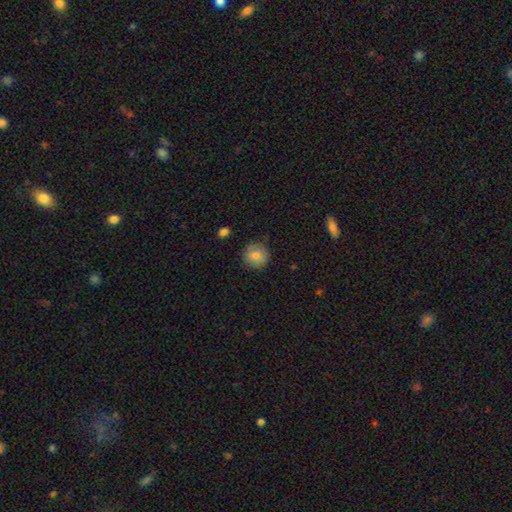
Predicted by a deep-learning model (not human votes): smooth_or_featured: smooth (p=0.80) [alt: featured or disk p=0.11]
how_rounded: round (p=0.92) [alt: in between p=0.07]
merging: none (p=0.85) [alt: minor disturbance p=0.11]